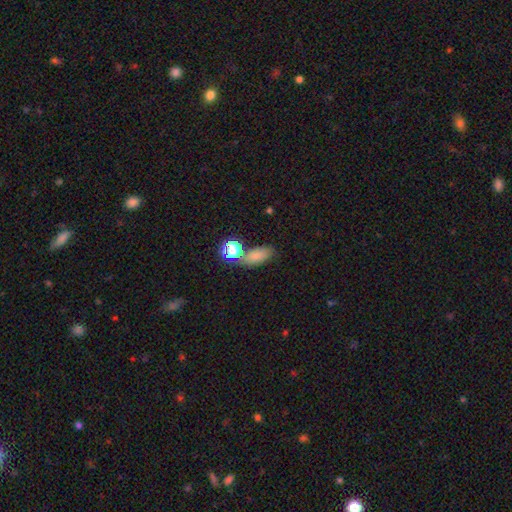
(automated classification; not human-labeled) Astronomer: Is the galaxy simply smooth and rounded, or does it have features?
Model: smooth — 72%.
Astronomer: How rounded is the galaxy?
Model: in between — 80%.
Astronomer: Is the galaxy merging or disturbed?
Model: none — 63%.